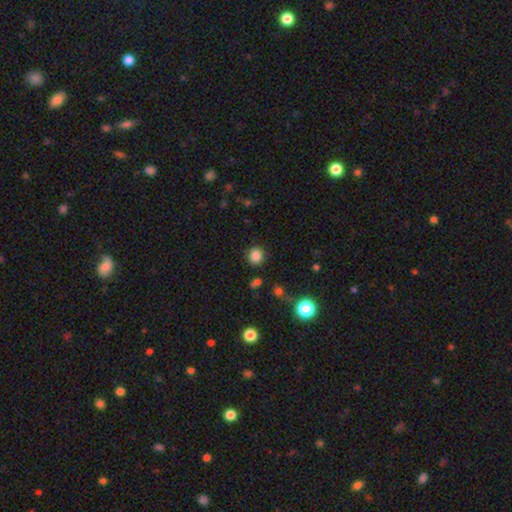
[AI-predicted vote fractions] The model was most divided on "smooth or featured": smooth: 84%, star or artifact: 12%, featured or disk: 4%. More confident: how rounded — round (88%); merging — none (87%).